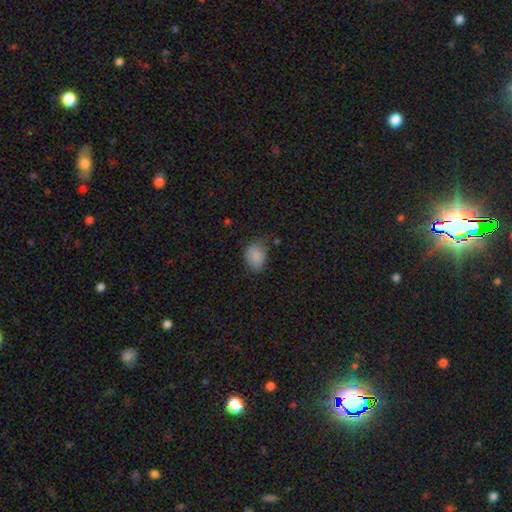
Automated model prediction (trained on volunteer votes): This is clearly a smooth galaxy (84%). How rounded: likely in between (62%). Merging: likely none (62%).